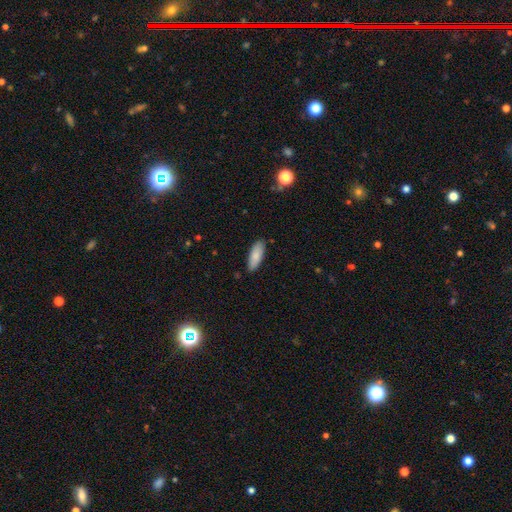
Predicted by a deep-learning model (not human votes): This appears to be a smooth galaxy with no disk features (83%) that is in between round and cigar-shaped (69%). Merging: none (86%).